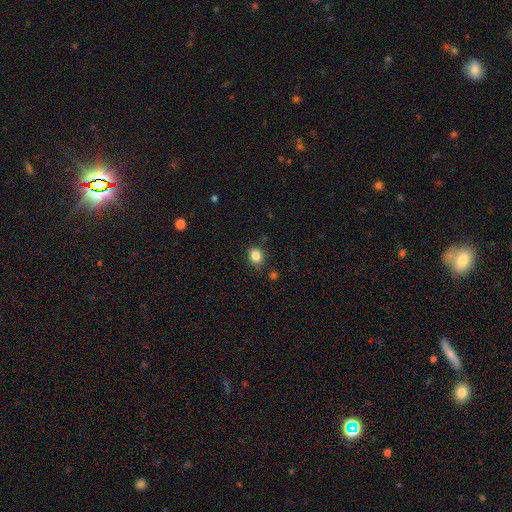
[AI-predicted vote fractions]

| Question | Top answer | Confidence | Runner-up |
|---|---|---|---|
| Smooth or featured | smooth | 84% | star or artifact (11%) |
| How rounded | round | 63% | in between (36%) |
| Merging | none | 83% | minor disturbance (11%) |